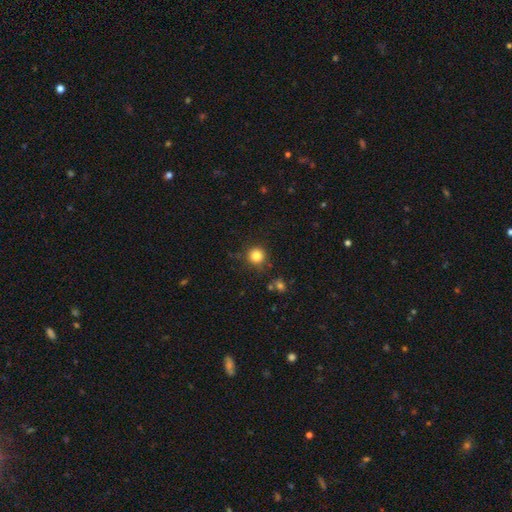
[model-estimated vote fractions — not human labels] Q: Smooth or featured?
A: smooth (83%); runner-up: star or artifact (12%)
Q: How rounded?
A: round (94%); runner-up: in between (5%)
Q: Merging?
A: none (85%); runner-up: minor disturbance (9%)